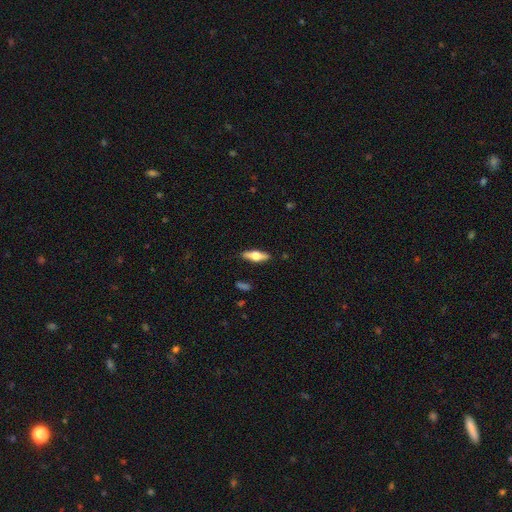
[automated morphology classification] The model was most divided on "smooth or featured": featured or disk: 49%, smooth: 45%, star or artifact: 6%. More confident: merging — none (88%).